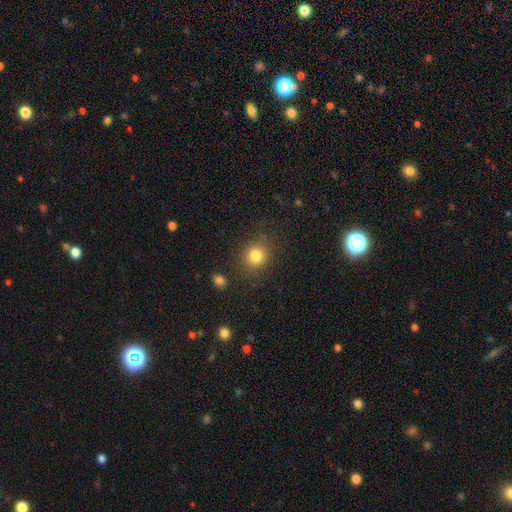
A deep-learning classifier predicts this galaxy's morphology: This appears to be a smooth galaxy with no disk features (82%) that is round (80%). Merging: none (83%).